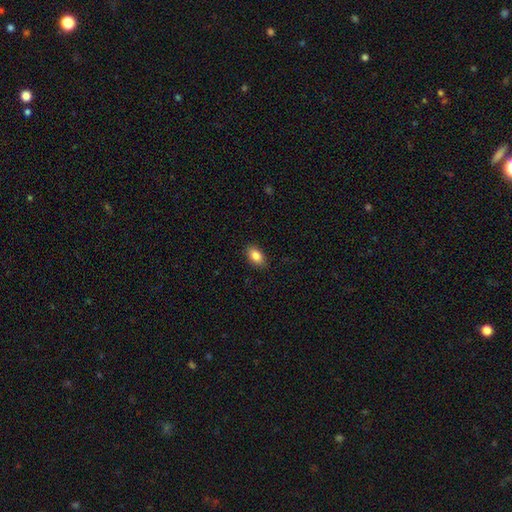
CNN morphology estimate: smooth 86%, star or artifact 8%, featured or disk 6%. Down the decision tree: how rounded — in between (89%); merging — none (88%).